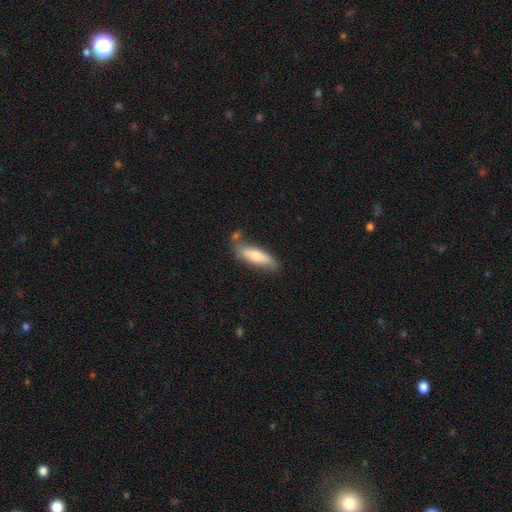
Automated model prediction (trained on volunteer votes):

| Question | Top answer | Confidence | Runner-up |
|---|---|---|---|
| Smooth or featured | smooth | 71% | featured or disk (23%) |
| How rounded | in between | 50% | cigar-shaped (48%) |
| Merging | none | 63% | minor disturbance (21%) |